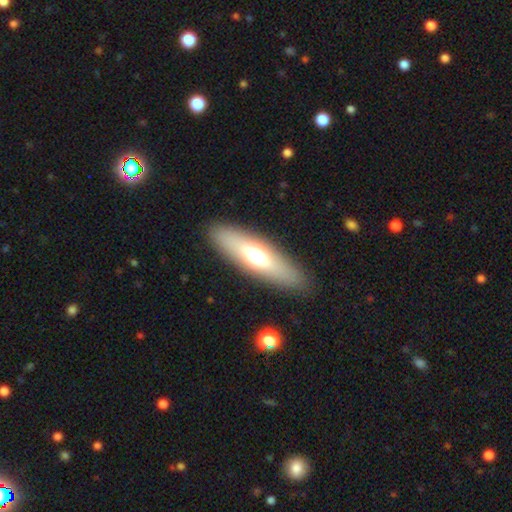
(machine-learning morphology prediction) type=smooth (51%); roundness=in between (51%); merging=none (88%).